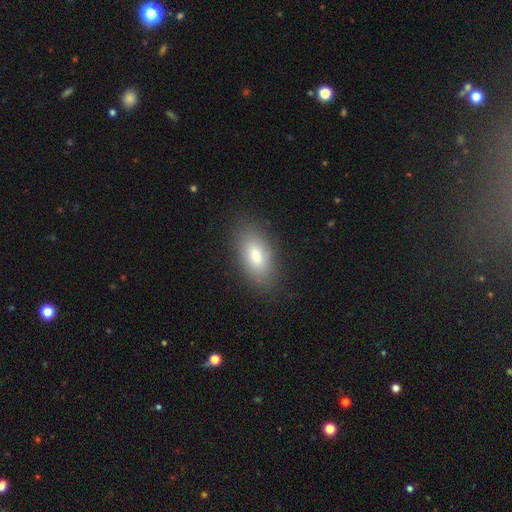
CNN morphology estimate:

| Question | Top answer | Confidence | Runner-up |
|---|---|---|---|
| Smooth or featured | smooth | 79% | featured or disk (14%) |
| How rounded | in between | 90% | cigar-shaped (6%) |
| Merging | none | 86% | minor disturbance (10%) |